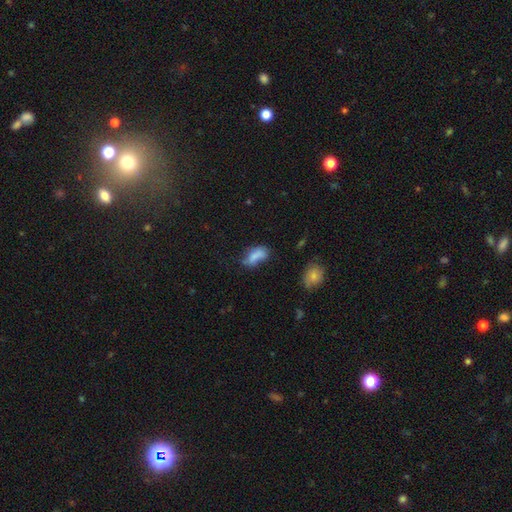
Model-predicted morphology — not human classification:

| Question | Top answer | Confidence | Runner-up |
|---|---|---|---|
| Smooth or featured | smooth | 74% | featured or disk (16%) |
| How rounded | in between | 86% | cigar-shaped (9%) |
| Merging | none | 42% | minor disturbance (30%) |